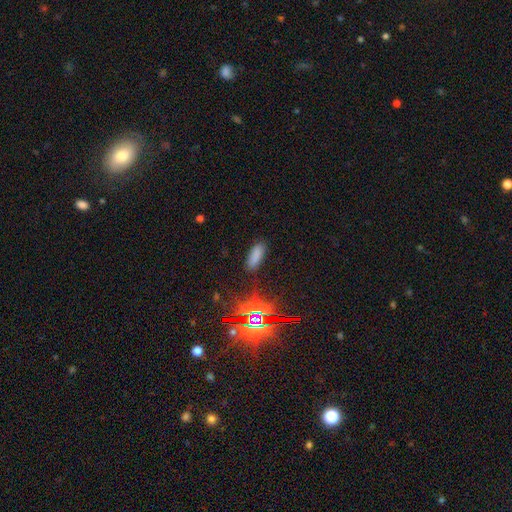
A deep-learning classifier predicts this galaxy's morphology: Smooth or featured? smooth (75%)
How rounded? in between (65%)
Merging? none (85%)